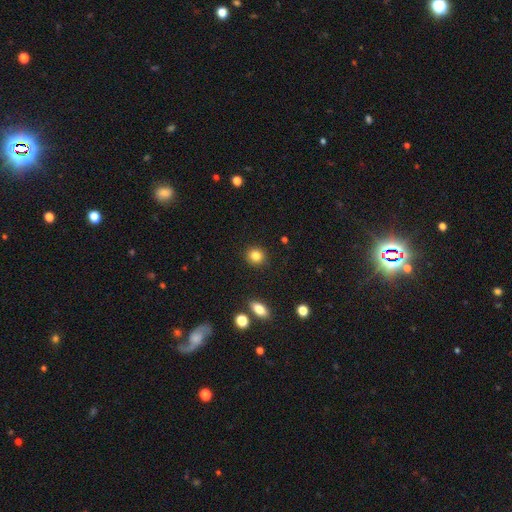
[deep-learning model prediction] smooth_or_featured: smooth (p=0.84) [alt: star or artifact p=0.10]
how_rounded: round (p=0.88) [alt: in between p=0.11]
merging: none (p=0.91) [alt: minor disturbance p=0.06]